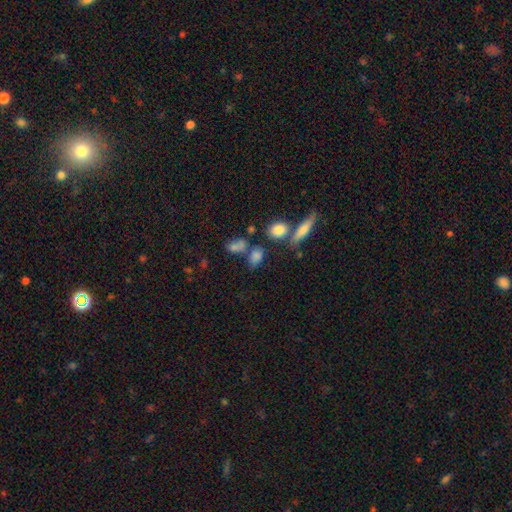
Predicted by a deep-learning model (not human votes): smooth-or-featured: smooth: 77% | star or artifact: 13% | featured or disk: 11%
  how-rounded: in between: 71% | round: 22% | cigar-shaped: 6%
  merging: none: 54% | merger: 21% | minor disturbance: 17% | major disturbance: 8%